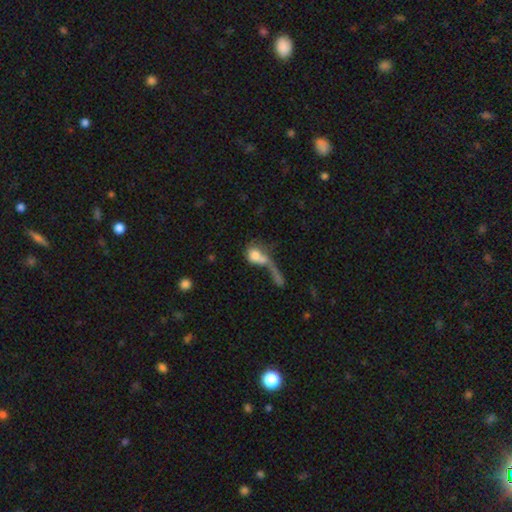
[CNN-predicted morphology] This appears to be a smooth galaxy with no disk features (65%) that is round (47%, tied with in between). Merging: merger (48%).